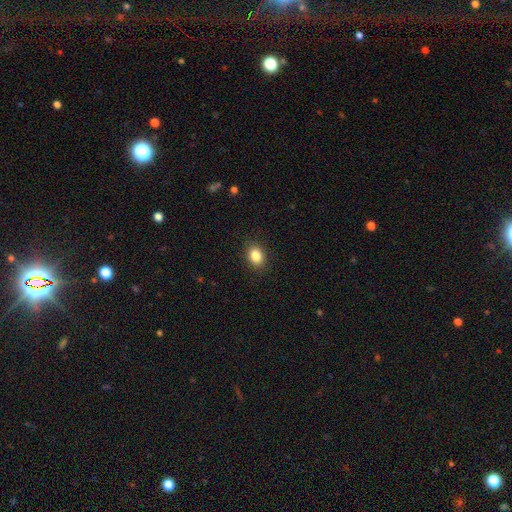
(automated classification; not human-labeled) Morphology: type=smooth (85%); roundness=in between (68%); merging=none (88%).